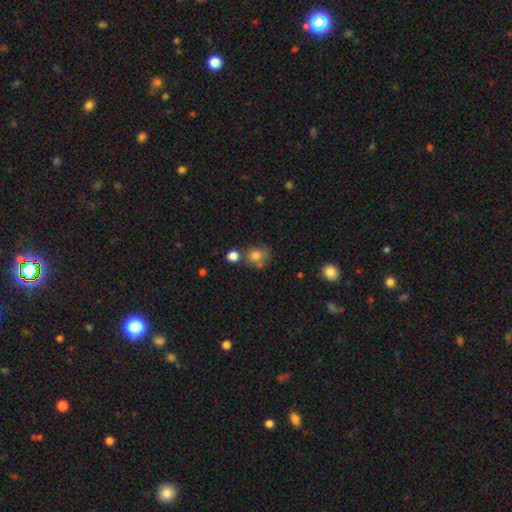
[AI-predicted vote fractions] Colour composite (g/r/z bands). It shows a smooth galaxy with no disk features (78%) that is round (68%). Merging: none (55%).